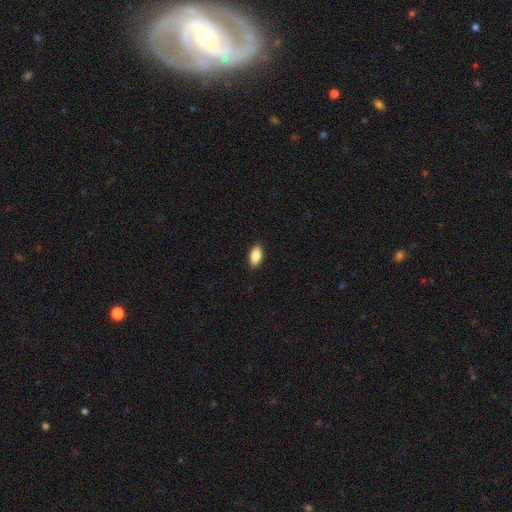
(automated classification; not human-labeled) smooth_or_featured: smooth (p=0.87) [alt: star or artifact p=0.06]
how_rounded: in between (p=0.91) [alt: cigar-shaped p=0.07]
merging: none (p=0.90) [alt: minor disturbance p=0.08]